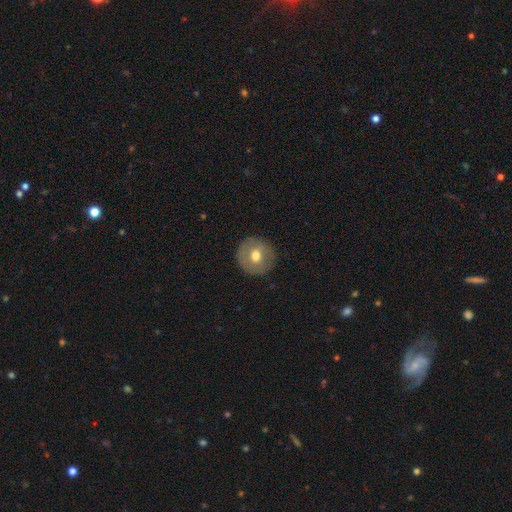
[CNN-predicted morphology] type=smooth (63%); roundness=round (94%); merging=none (90%).